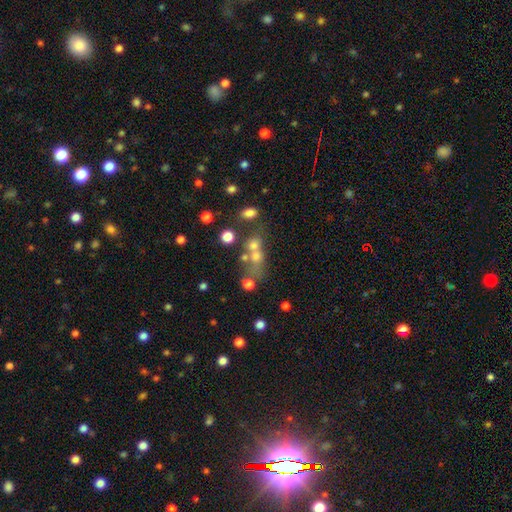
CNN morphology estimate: This appears to be a smooth galaxy with no disk features (46%). Merging: merger (44%).